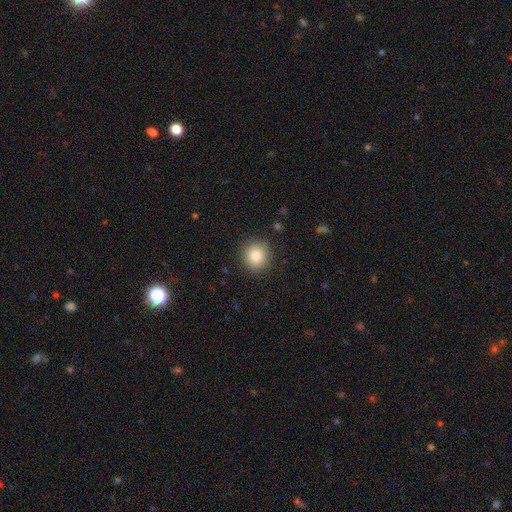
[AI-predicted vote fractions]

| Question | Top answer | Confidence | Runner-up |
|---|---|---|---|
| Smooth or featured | smooth | 83% | star or artifact (10%) |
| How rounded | round | 90% | in between (9%) |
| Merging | none | 88% | minor disturbance (8%) |